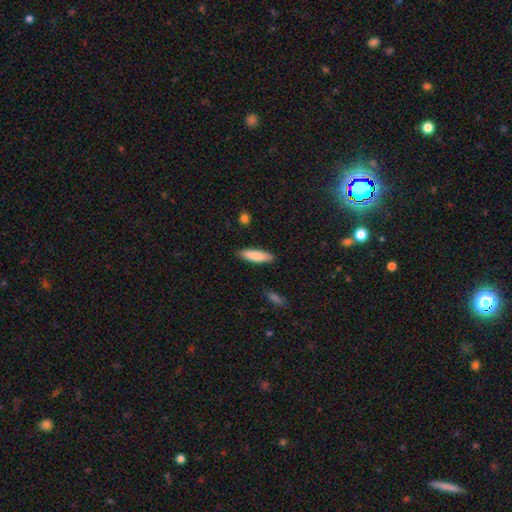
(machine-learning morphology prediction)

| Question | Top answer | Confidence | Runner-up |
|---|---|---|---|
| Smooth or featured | smooth | 85% | featured or disk (9%) |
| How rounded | cigar-shaped | 61% | in between (38%) |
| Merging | none | 88% | minor disturbance (9%) |